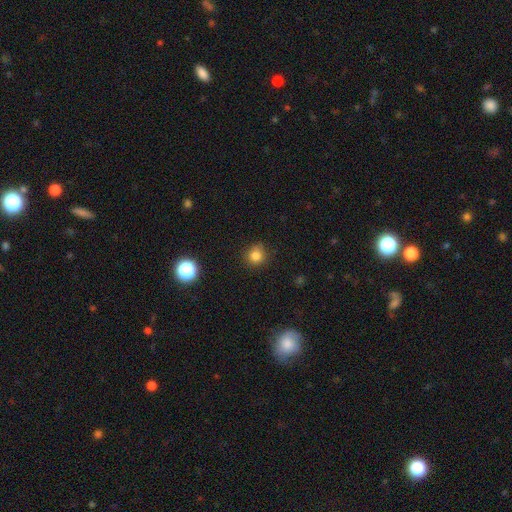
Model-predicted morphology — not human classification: smooth 82%, star or artifact 14%, featured or disk 5%. Down the decision tree: how rounded — round (90%); merging — none (84%).